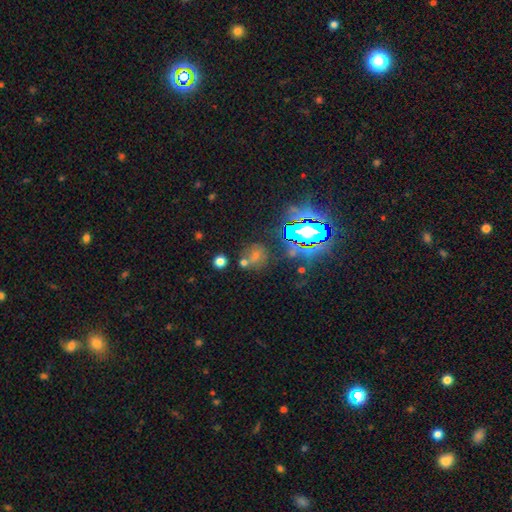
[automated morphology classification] The model was most divided on "smooth or featured": star or artifact: 58%, smooth: 28%, featured or disk: 14%.